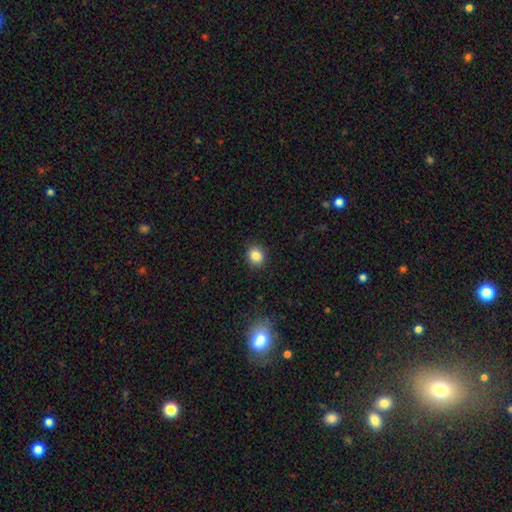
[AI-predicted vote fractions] smooth-or-featured: smooth: 84% | star or artifact: 11% | featured or disk: 5%
  how-rounded: round: 74% | in between: 25% | cigar-shaped: 1%
  merging: none: 90% | minor disturbance: 7% | major disturbance: 2% | merger: 1%